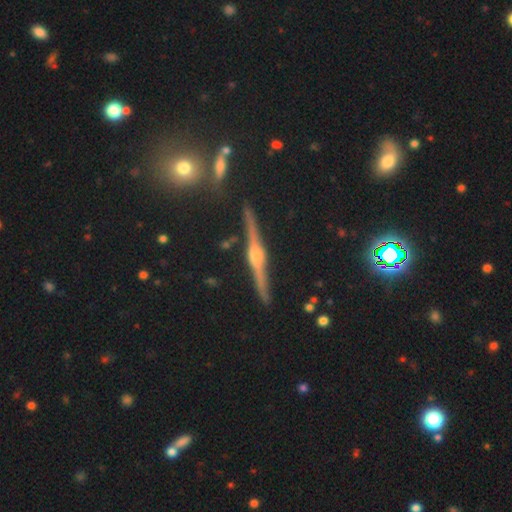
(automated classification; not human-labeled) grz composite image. It shows a featured or disk galaxy (86%) viewed edge-on (98%) with a rounded central bulge (90%). Merging: none (89%).